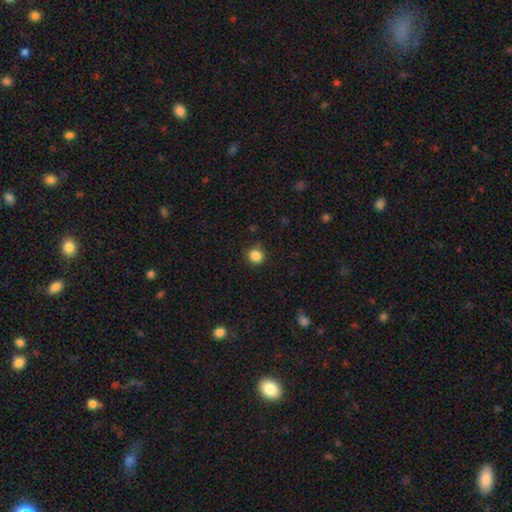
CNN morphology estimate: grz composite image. It shows a smooth galaxy with no disk features (86%) that is round (84%). Merging: none (87%).